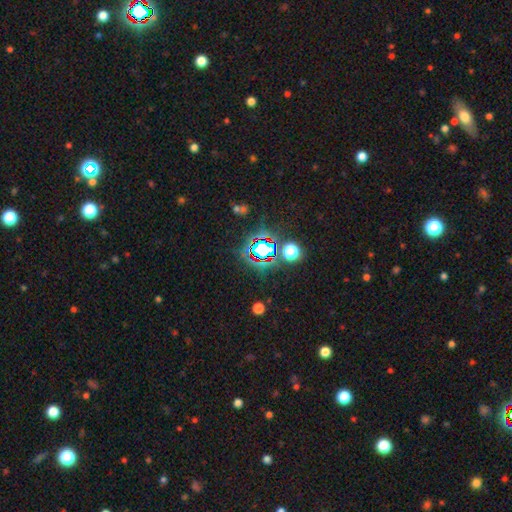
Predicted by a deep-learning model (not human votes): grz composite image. It shows a star or artifact, not a galaxy (80%).